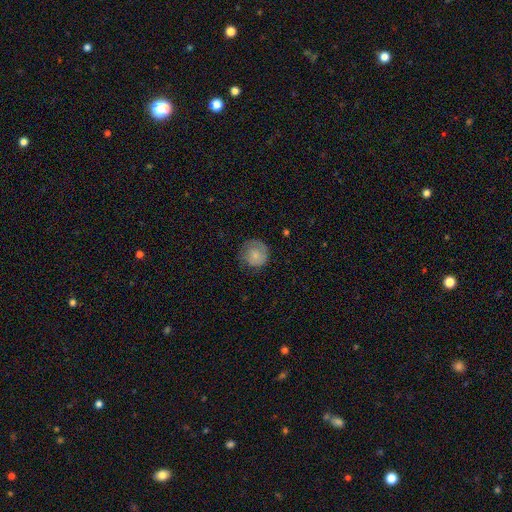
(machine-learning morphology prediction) smooth-or-featured: smooth: 61% | featured or disk: 31% | star or artifact: 7%
  how-rounded: round: 90% | in between: 9% | cigar-shaped: 1%
  merging: none: 64% | minor disturbance: 23% | major disturbance: 12% | merger: 1%